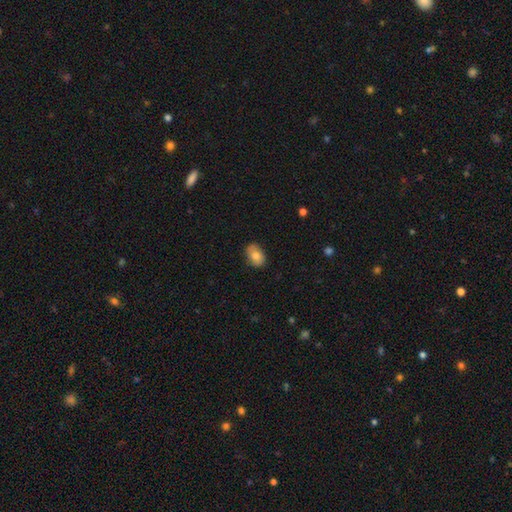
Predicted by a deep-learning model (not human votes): Overall: smooth (78%). How rounded: in between (80%). Merging: none (77%).